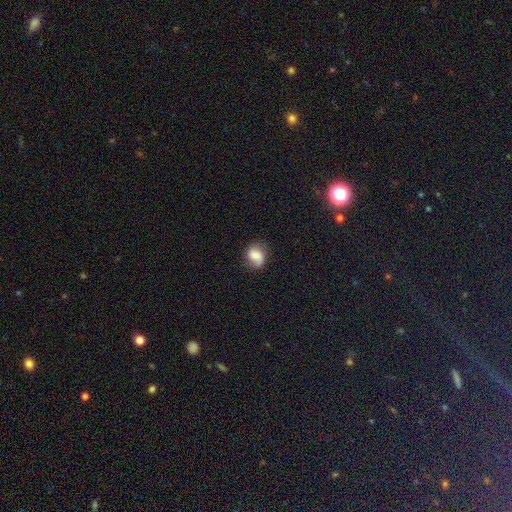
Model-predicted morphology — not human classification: Overall: smooth (67%). How rounded: round (56%; in between 43%). Merging: none (69%).